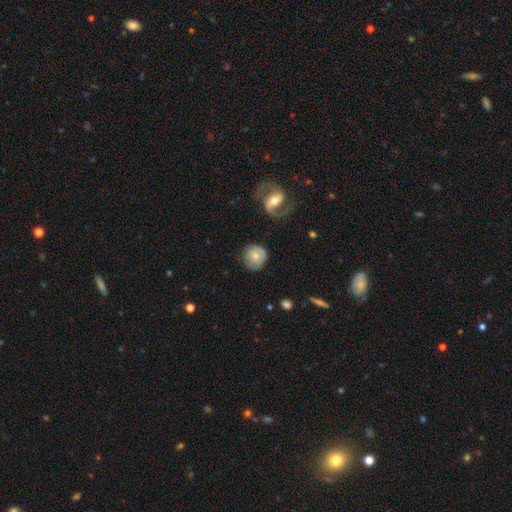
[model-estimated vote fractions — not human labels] Smooth or featured? smooth (65%)
How rounded? round (88%)
Merging? none (76%)